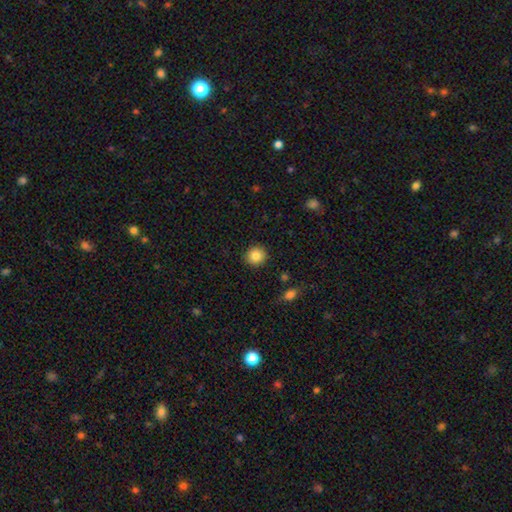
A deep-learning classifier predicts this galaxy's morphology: Smooth or featured?
  - smooth: 85% *
  - star or artifact: 9%
  - featured or disk: 6%
How rounded?
  - round: 91% *
  - in between: 8%
  - cigar-shaped: 1%
Merging?
  - none: 91% *
  - minor disturbance: 6%
  - major disturbance: 2%
  - merger: 1%